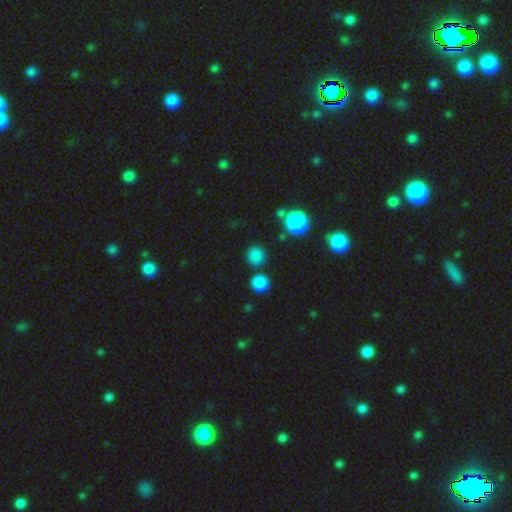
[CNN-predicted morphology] smooth 81%, star or artifact 14%, featured or disk 4%. Down the decision tree: how rounded — round (91%); merging — none (81%).